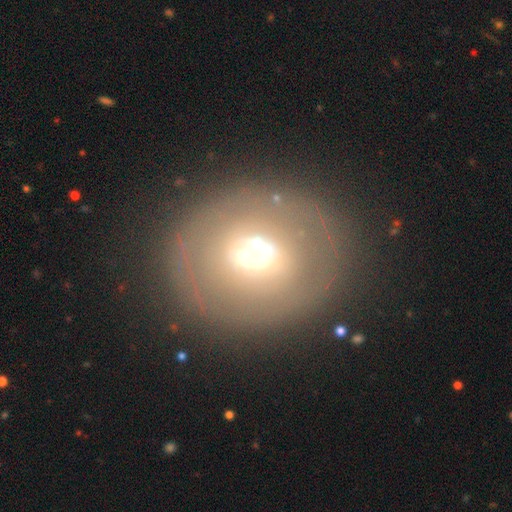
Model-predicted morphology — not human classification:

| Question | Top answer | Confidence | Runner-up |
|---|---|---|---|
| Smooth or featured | smooth | 47% | featured or disk (43%) |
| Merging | none | 79% | minor disturbance (12%) |